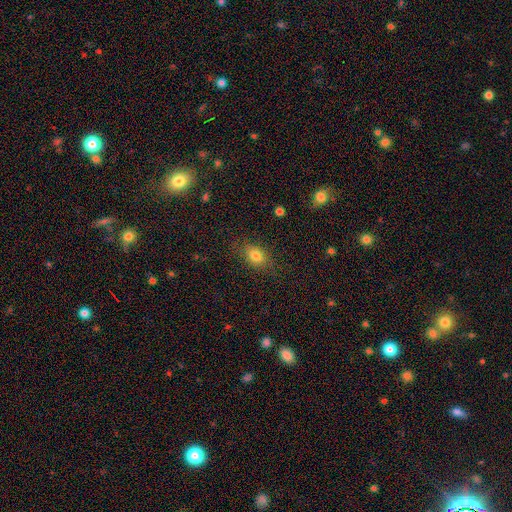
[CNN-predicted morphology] Smooth or featured: smooth — 79% (star or artifact — 12%)
How rounded: in between — 72% (round — 25%)
Merging: none — 81% (minor disturbance — 13%)